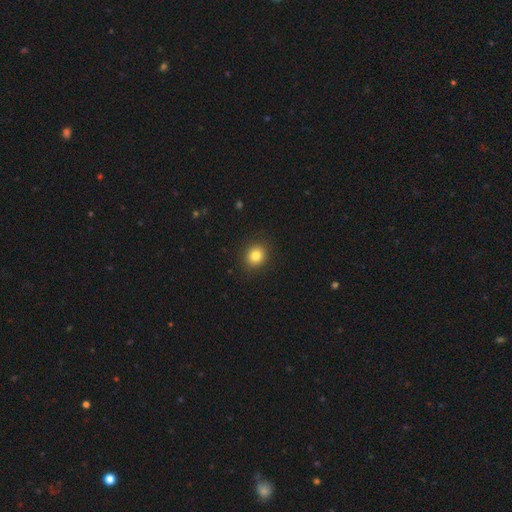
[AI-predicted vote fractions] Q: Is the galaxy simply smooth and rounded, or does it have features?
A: smooth — 82%.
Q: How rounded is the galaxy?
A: round — 78%.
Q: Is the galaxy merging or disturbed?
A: none — 91%.